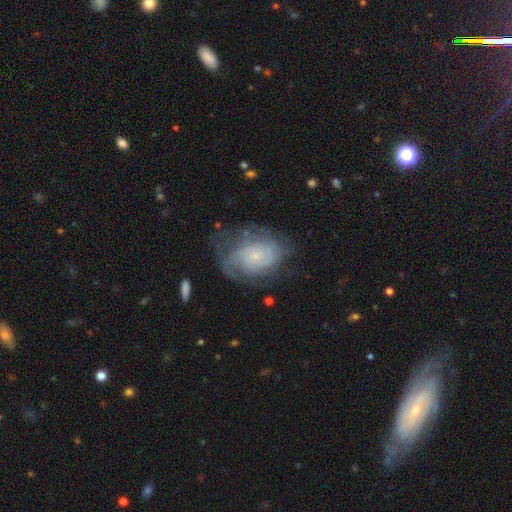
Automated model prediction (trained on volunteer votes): smooth_or_featured: featured or disk (p=0.71) [alt: smooth p=0.21]
disk_edge_on: no (p=0.97) [alt: yes p=0.03]
bar: no (p=0.76) [alt: weak p=0.21]
has_spiral_arms: yes (p=0.88) [alt: no p=0.12]
spiral_winding: tight (p=0.55) [alt: medium p=0.32]
spiral_arm_count: can't tell (p=0.46) [alt: 2 p=0.24]
bulge_size: small (p=0.76) [alt: moderate p=0.15]
merging: none (p=0.56) [alt: minor disturbance p=0.24]